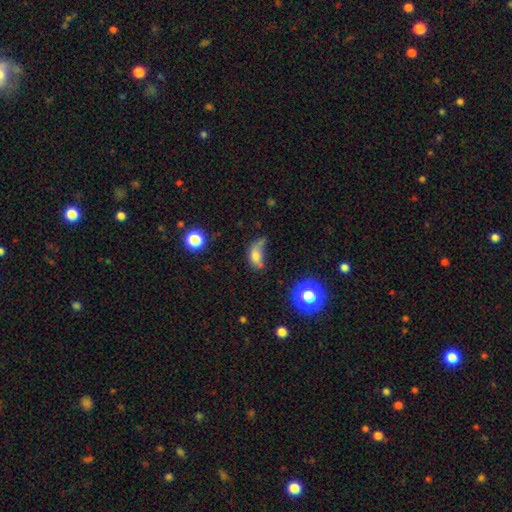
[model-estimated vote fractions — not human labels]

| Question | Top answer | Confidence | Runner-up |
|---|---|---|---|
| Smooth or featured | smooth | 65% | featured or disk (19%) |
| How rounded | in between | 79% | round (16%) |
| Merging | major disturbance | 35% | minor disturbance (25%) |